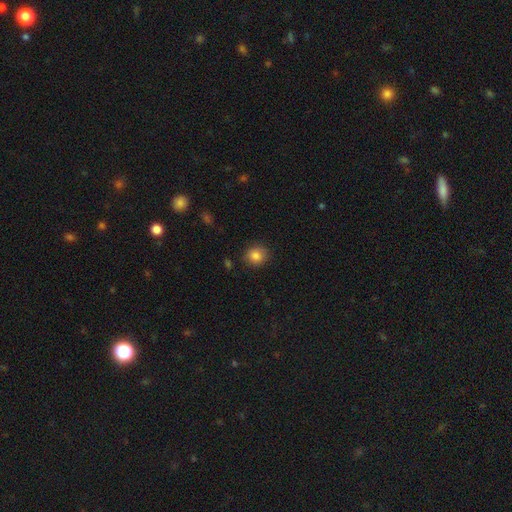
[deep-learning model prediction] smooth_or_featured: smooth (p=0.84) [alt: star or artifact p=0.10]
how_rounded: round (p=0.77) [alt: in between p=0.22]
merging: none (p=0.87) [alt: minor disturbance p=0.10]